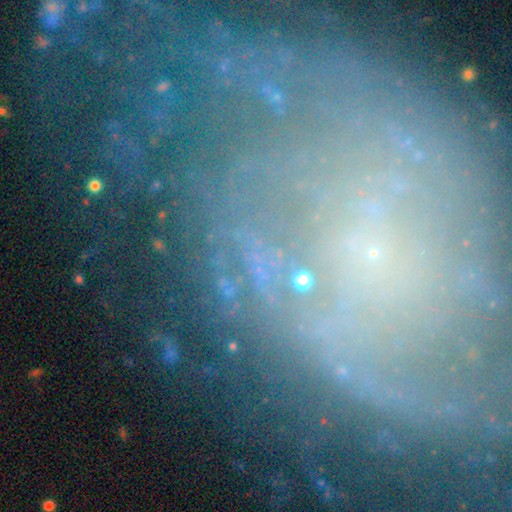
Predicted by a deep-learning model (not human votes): This is possibly a star or artifact rather than a galaxy (56%).